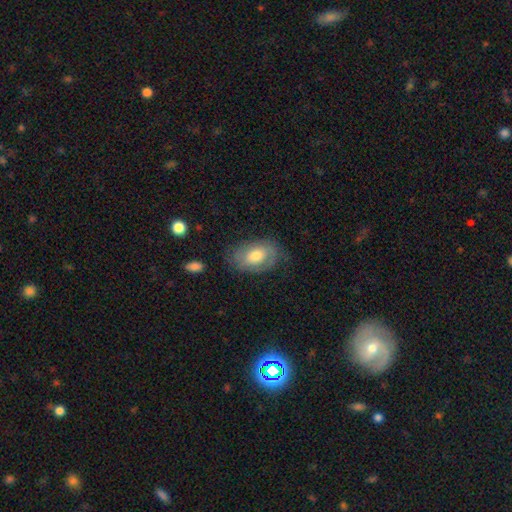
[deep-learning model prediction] Morphology: type=smooth (52%); roundness=in between (87%); merging=none (68%).